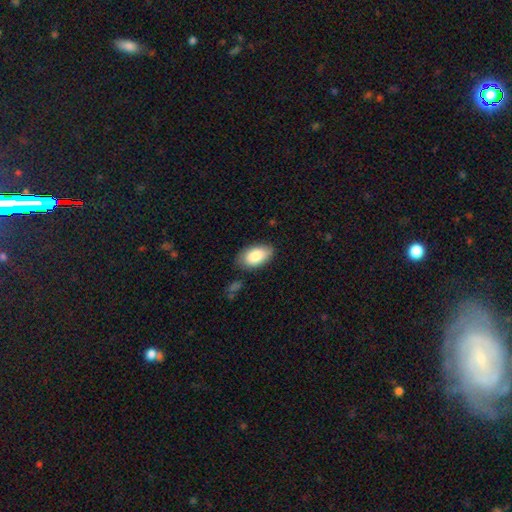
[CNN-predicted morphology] Smooth or featured?
  - smooth: 85% *
  - featured or disk: 9%
  - star or artifact: 6%
How rounded?
  - in between: 94% *
  - round: 4%
  - cigar-shaped: 2%
Merging?
  - none: 77% *
  - minor disturbance: 17%
  - major disturbance: 4%
  - merger: 2%